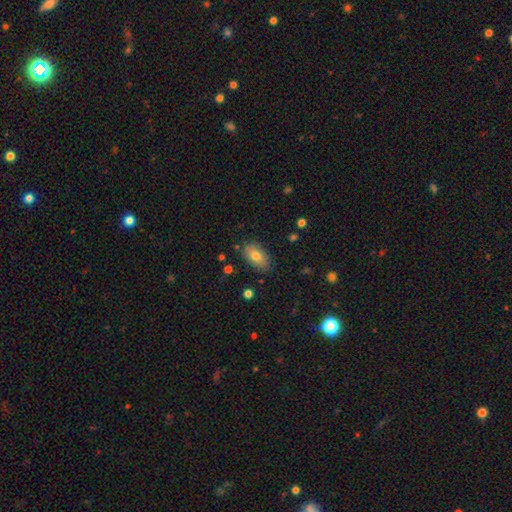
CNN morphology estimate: type=smooth (78%); roundness=in between (92%); merging=none (81%).